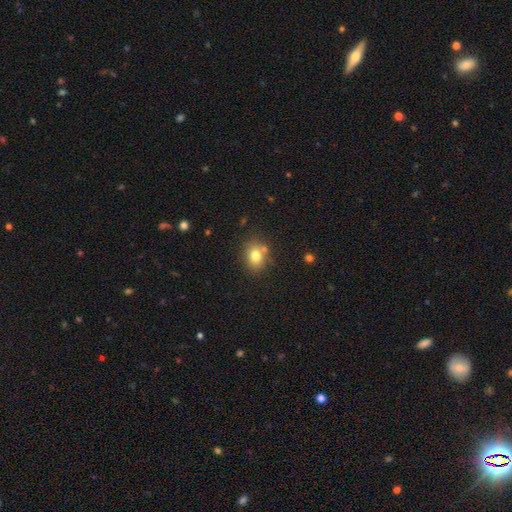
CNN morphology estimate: This is likely a smooth galaxy (78%). How rounded: possibly round (50%, tied with in between). Merging: likely none (71%).